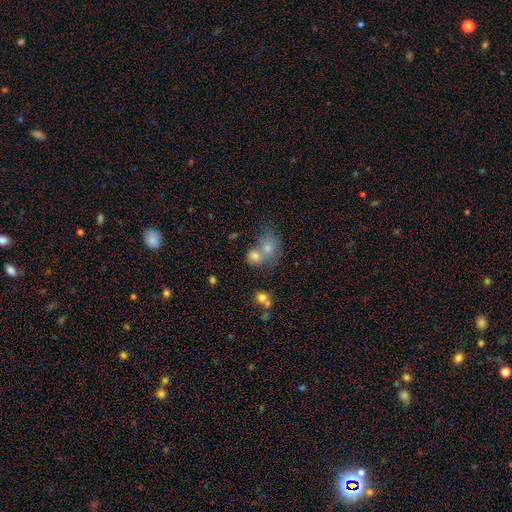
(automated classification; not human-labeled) This appears to be a smooth galaxy with no disk features (70%) that is round (58%). Merging: merger (56%).